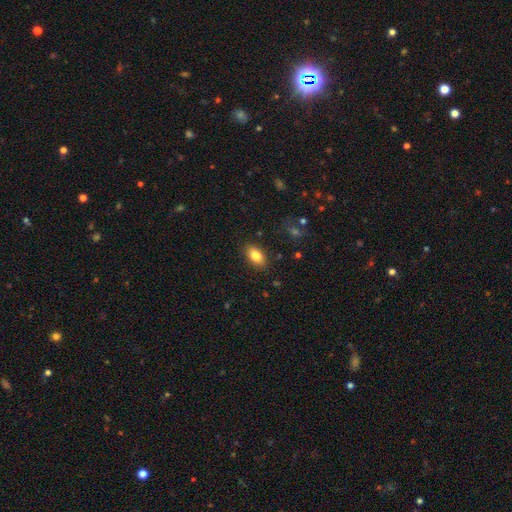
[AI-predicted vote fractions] The model was most divided on "smooth or featured": smooth: 82%, featured or disk: 10%, star or artifact: 8%. More confident: how rounded — in between (89%); merging — none (86%).